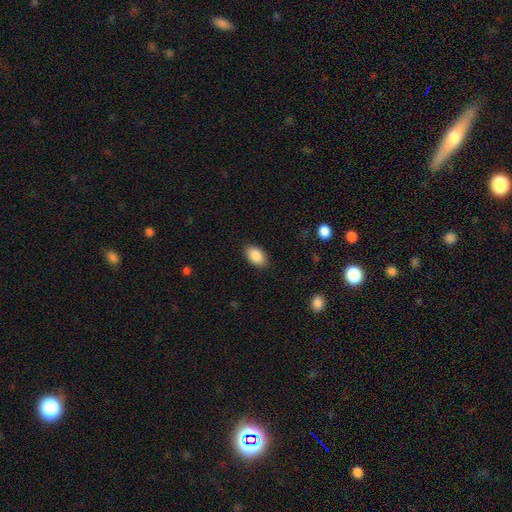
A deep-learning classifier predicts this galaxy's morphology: A smooth galaxy with no disk features (89%) that is in between round and cigar-shaped (93%).

Vote fractions:
- Smooth or featured? smooth: 89% / star or artifact: 7% / featured or disk: 4%
- How rounded? in between: 93% / round: 6% / cigar-shaped: 1%
- Merging? none: 88% / minor disturbance: 9% / major disturbance: 2% / merger: 1%